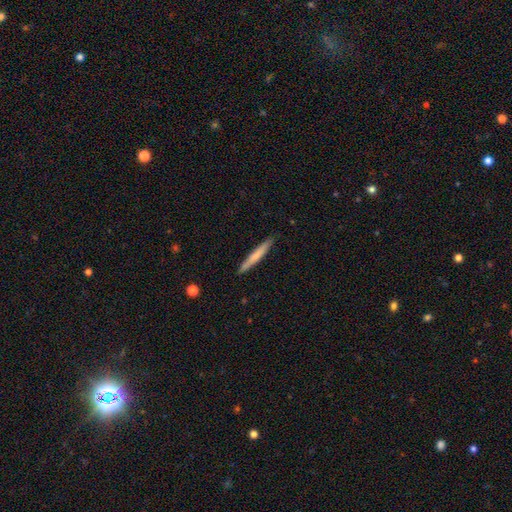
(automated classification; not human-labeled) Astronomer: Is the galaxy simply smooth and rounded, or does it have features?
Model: smooth — 65%.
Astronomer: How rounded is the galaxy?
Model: cigar-shaped — 96%.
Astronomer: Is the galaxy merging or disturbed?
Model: none — 90%.